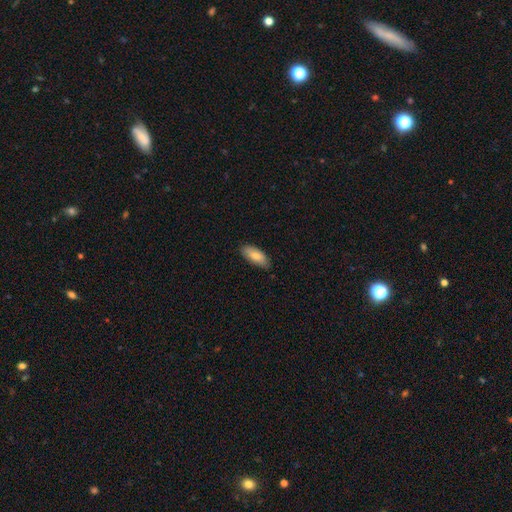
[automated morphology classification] A smooth galaxy with no disk features (81%) that is in between round and cigar-shaped (80%). Merging: none (83%).